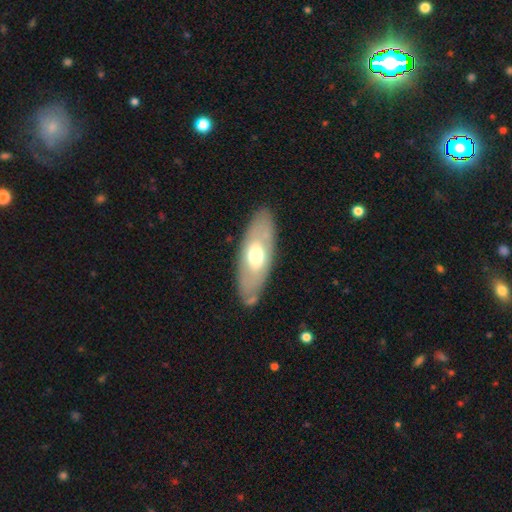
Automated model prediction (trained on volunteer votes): A smooth galaxy with no disk features (51%) that is in between round and cigar-shaped (77%). Merging: none (80%).